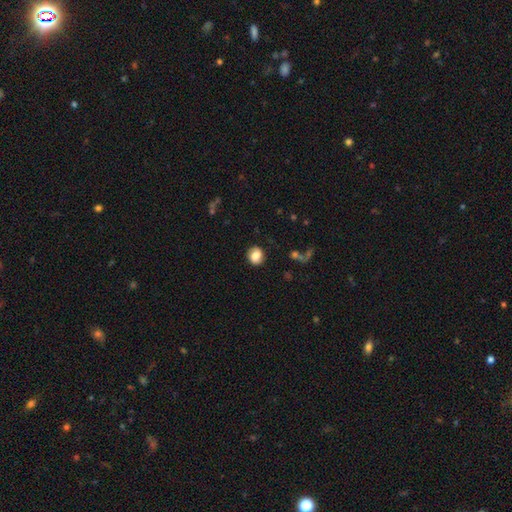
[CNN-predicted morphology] A smooth galaxy with no disk features (77%) that is round (67%). Merging: none (80%).